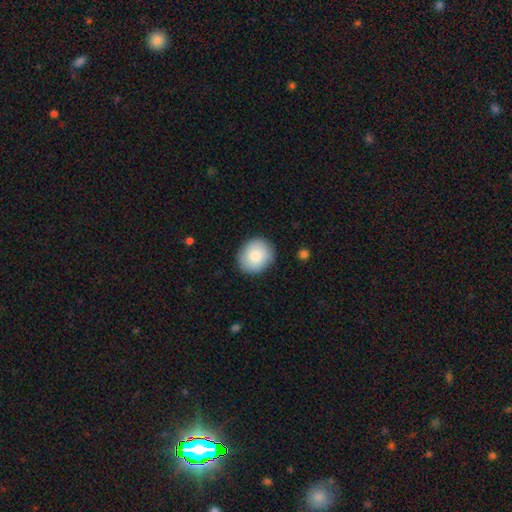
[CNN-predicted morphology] Smooth or featured? Predicted: smooth (p=0.84). How rounded? Predicted: round (p=0.78). Merging? Predicted: none (p=0.86).